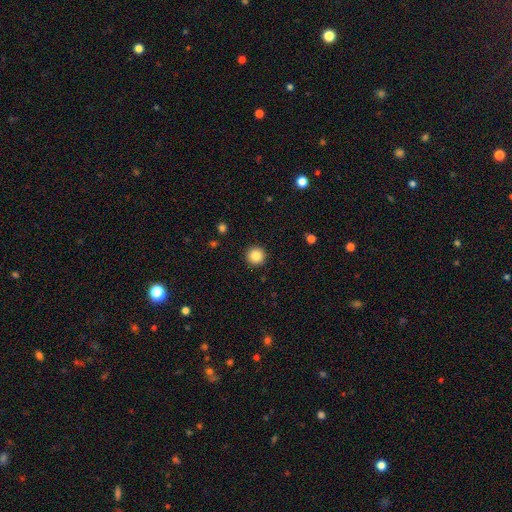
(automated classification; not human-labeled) The model was most divided on "smooth or featured": smooth: 86%, star or artifact: 10%, featured or disk: 5%. More confident: how rounded — round (96%); merging — none (93%).